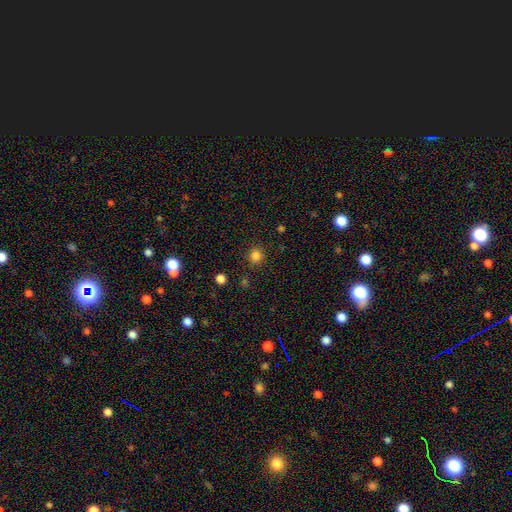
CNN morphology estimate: Smooth or featured? smooth (81%)
How rounded? round (92%)
Merging? none (87%)